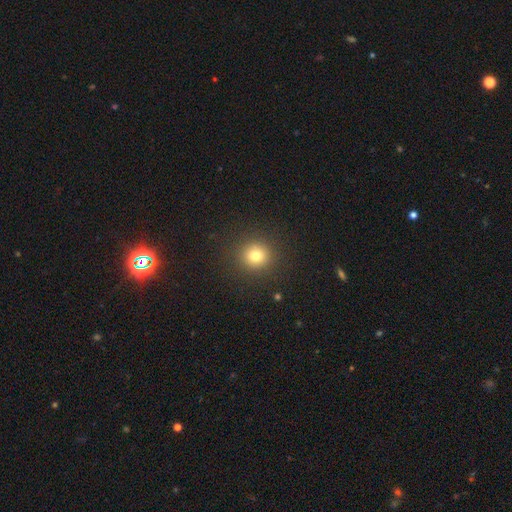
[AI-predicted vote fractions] Smooth or featured? smooth (77%)
How rounded? round (92%)
Merging? none (90%)